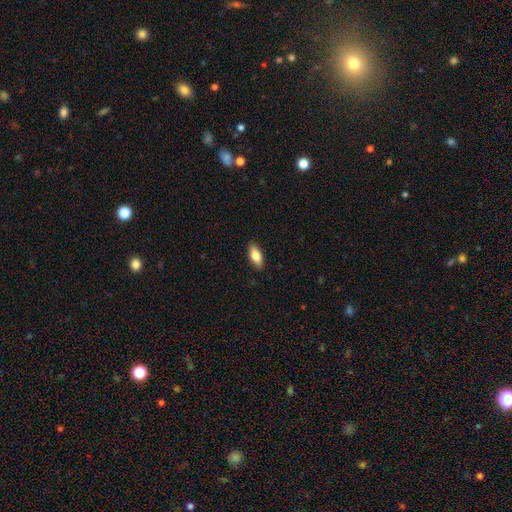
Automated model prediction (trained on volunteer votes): Overall: smooth (78%). How rounded: in between (81%). Merging: none (88%).